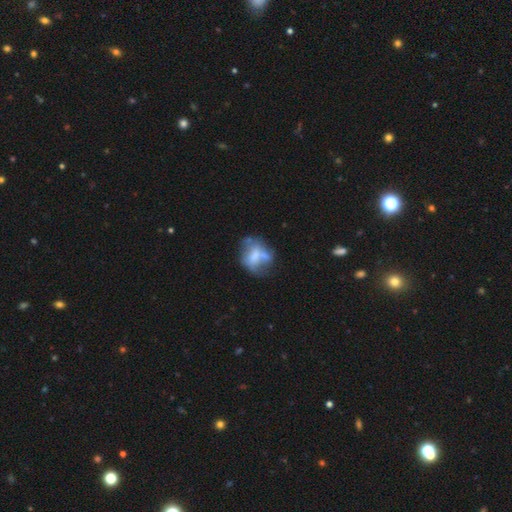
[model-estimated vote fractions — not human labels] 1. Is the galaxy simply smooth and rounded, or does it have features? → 48% smooth, 42% featured or disk, 10% star or artifact.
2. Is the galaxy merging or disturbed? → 36% none, 25% minor disturbance, 22% major disturbance, 18% merger.